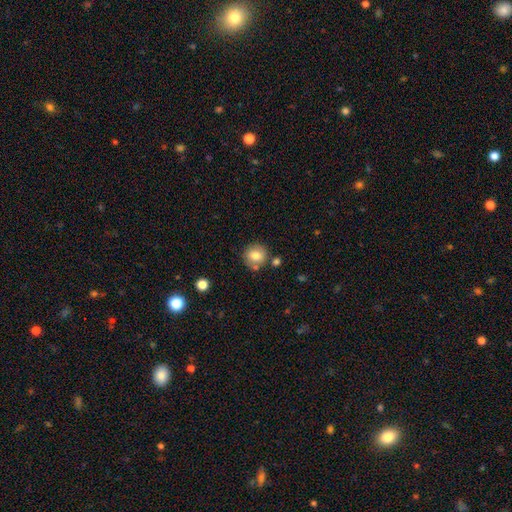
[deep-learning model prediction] A smooth galaxy with no disk features (77%) that is round (88%). Merging: none (77%).